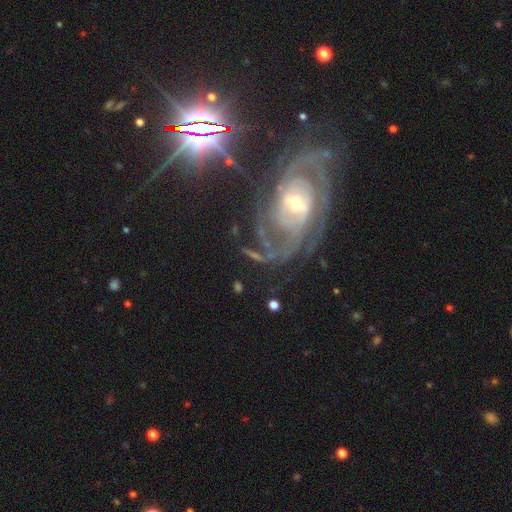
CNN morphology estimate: A featured or disk galaxy (76%) with no bar (43%), 2 (32%) tight (52%) spiral arms (91%) and a small central bulge (51%). Merging: none (63%).